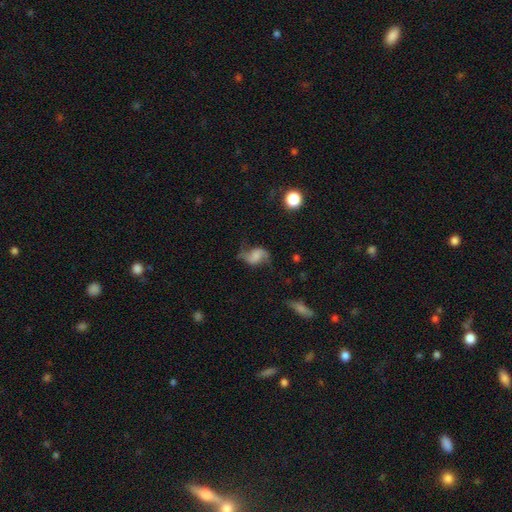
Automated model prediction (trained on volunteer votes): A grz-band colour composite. It shows a featured or disk galaxy (60%) with no bar (44%), 2 (90%) loose (72%) spiral arms (90%) and no central bulge (47%). Merging: none (58%).